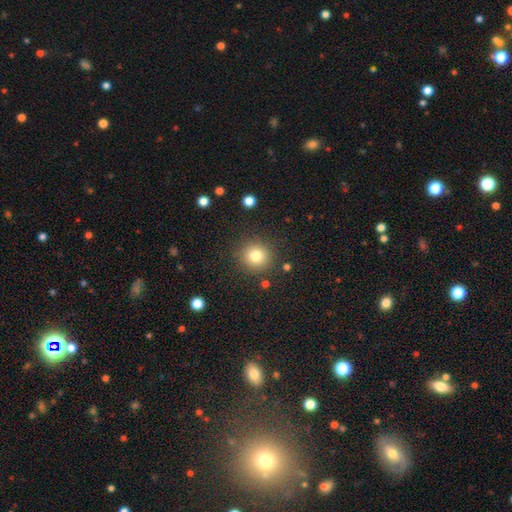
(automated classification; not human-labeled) This is clearly a smooth galaxy (80%). How rounded: clearly round (93%). Merging: clearly none (87%).